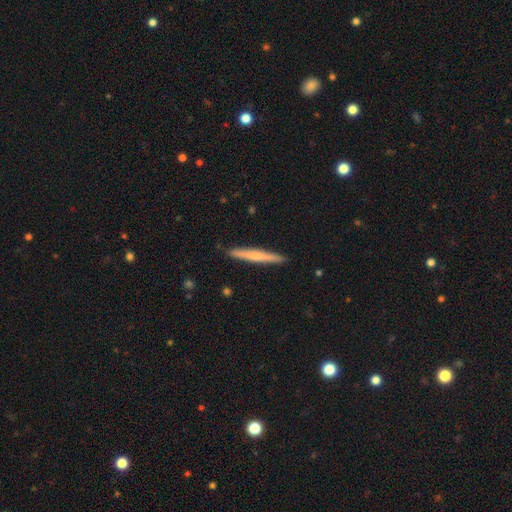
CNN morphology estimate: type=smooth (57%); roundness=cigar-shaped (96%); merging=none (91%).